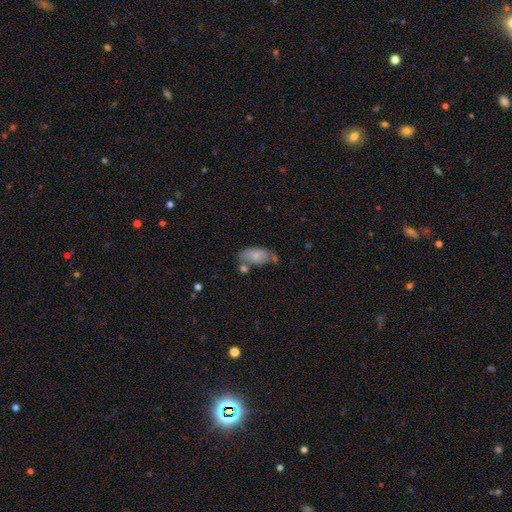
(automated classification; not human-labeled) Q: Smooth or featured?
A: smooth (76%); runner-up: featured or disk (17%)
Q: How rounded?
A: in between (92%); runner-up: cigar-shaped (4%)
Q: Merging?
A: none (44%); runner-up: minor disturbance (28%)